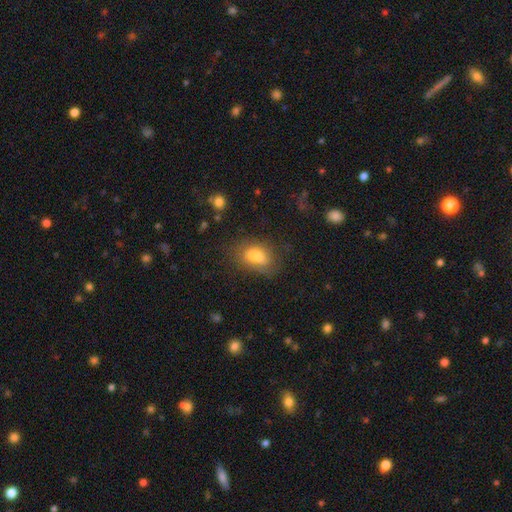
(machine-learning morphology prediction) The model was most divided on "merging": none: 59%, minor disturbance: 23%, major disturbance: 11%, merger: 7%. More confident: how rounded — in between (86%); smooth or featured — smooth (74%).